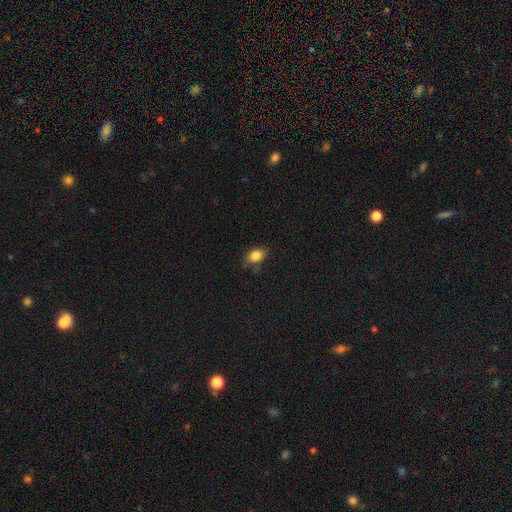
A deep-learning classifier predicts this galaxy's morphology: Overall: smooth (83%). How rounded: in between (78%). Merging: none (69%).